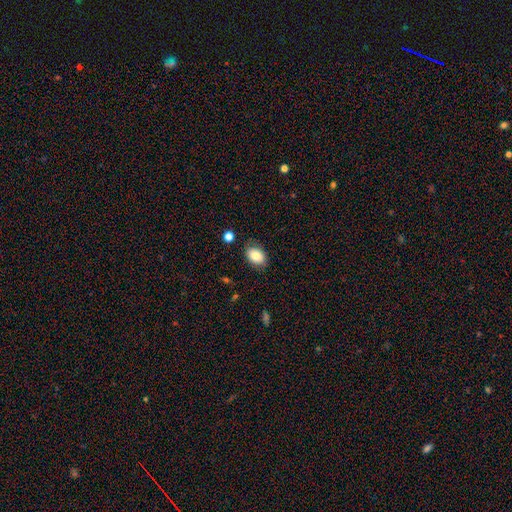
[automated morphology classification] The model was most divided on "merging": none: 78%, minor disturbance: 16%, major disturbance: 4%, merger: 2%. More confident: how rounded — in between (82%); smooth or featured — smooth (81%).